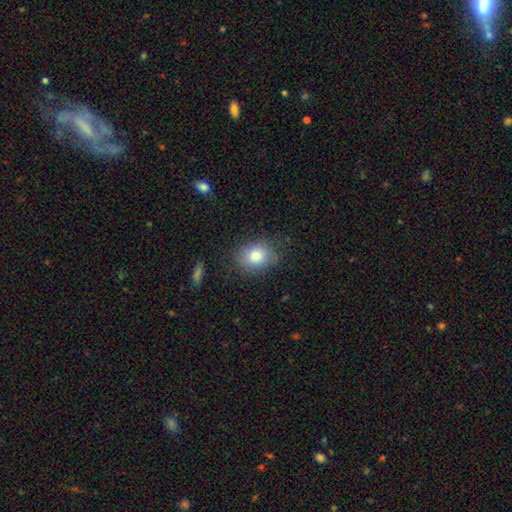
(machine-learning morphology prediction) Smooth or featured? smooth (82%)
How rounded? in between (56%)
Merging? none (79%)